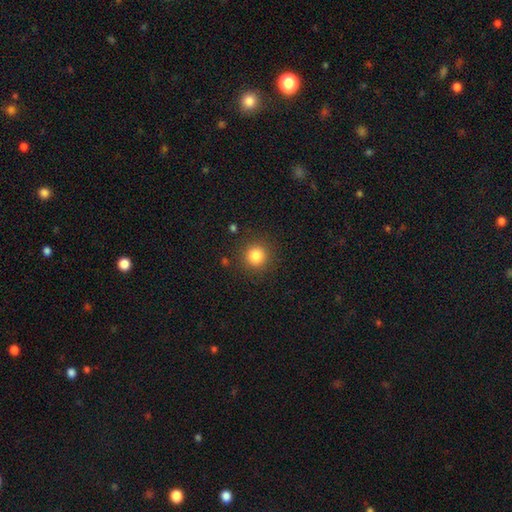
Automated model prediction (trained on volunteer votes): A smooth galaxy with no disk features (83%) that is round (94%).

Vote fractions:
- Smooth or featured? smooth: 83% / star or artifact: 11% / featured or disk: 5%
- How rounded? round: 94% / in between: 6% / cigar-shaped: 1%
- Merging? none: 89% / minor disturbance: 7% / major disturbance: 3% / merger: 2%